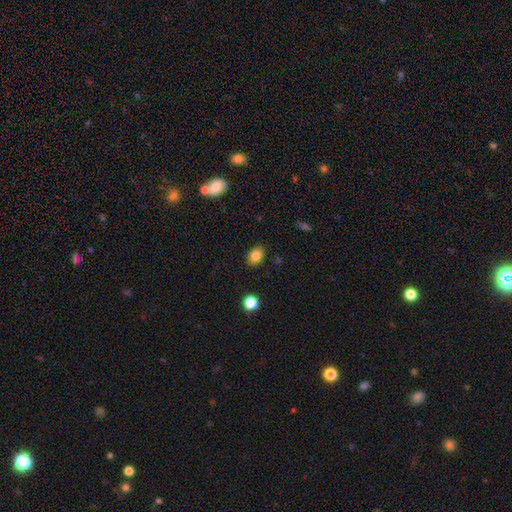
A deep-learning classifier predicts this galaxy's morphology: The model was most divided on "how rounded": in between: 63%, round: 36%, cigar-shaped: 1%. More confident: merging — none (86%); smooth or featured — smooth (83%).